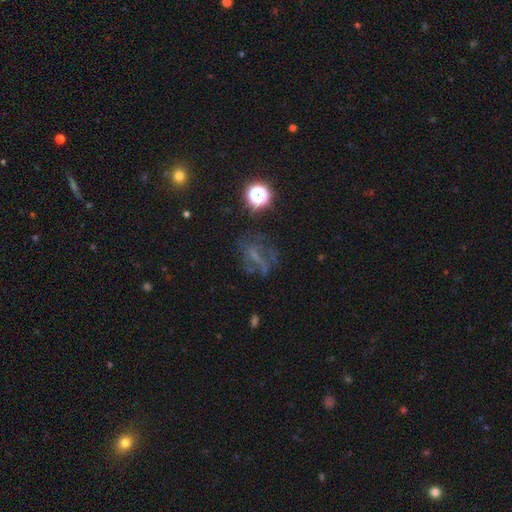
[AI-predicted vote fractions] Smooth or featured? featured or disk (40%)
Merging? none (51%)